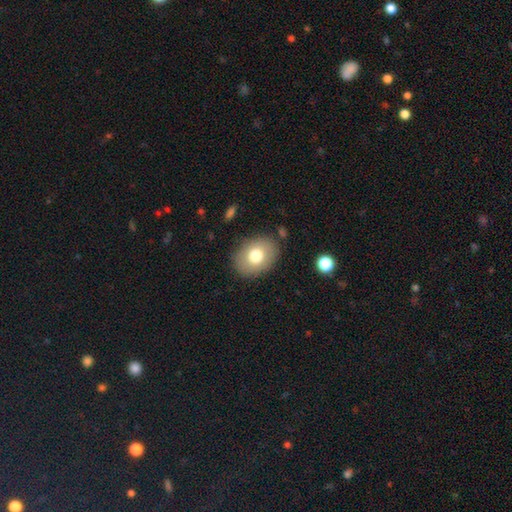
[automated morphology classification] A smooth galaxy with no disk features (75%) that is in between round and cigar-shaped (69%).

Vote fractions:
- Smooth or featured? smooth: 75% / featured or disk: 18% / star or artifact: 8%
- How rounded? in between: 69% / round: 30% / cigar-shaped: 1%
- Merging? none: 84% / minor disturbance: 11% / major disturbance: 3% / merger: 2%